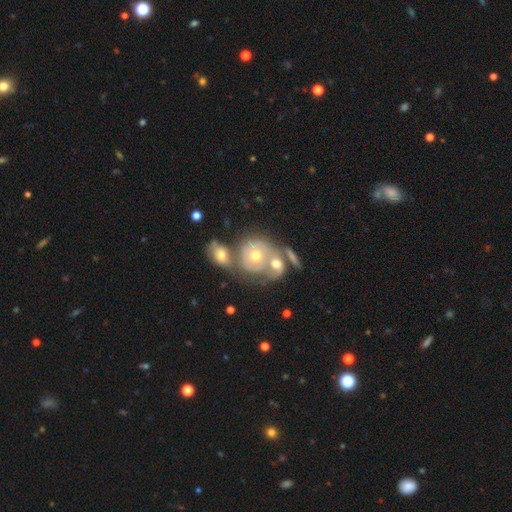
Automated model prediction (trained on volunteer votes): Smooth or featured? featured or disk (76%)
Edge-on disk? no (96%)
Bar? no (77%)
Spiral arms? yes (84%)
Spiral winding? tight (68%)
Spiral arm count? 2 (39%)
Bulge size? moderate (56%)
Merging? merger (47%)